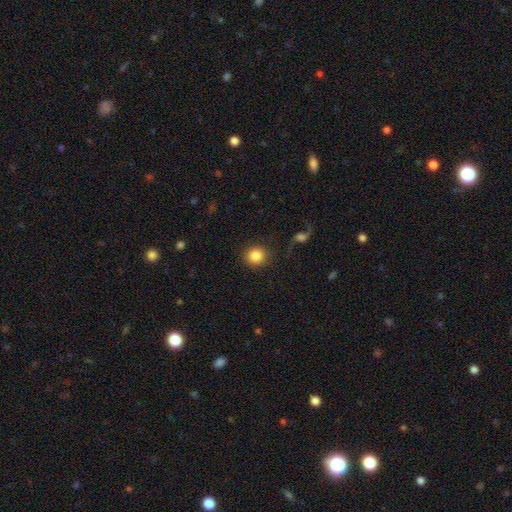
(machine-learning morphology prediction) smooth-or-featured: smooth: 85% | star or artifact: 9% | featured or disk: 6%
  how-rounded: round: 91% | in between: 8% | cigar-shaped: 1%
  merging: none: 88% | minor disturbance: 7% | major disturbance: 3% | merger: 2%